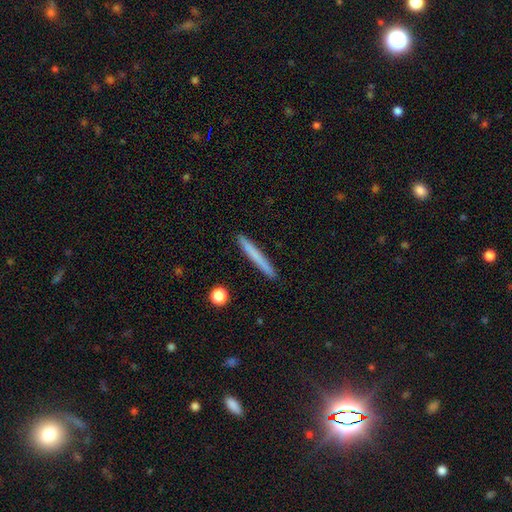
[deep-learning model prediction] Smooth or featured?
  - smooth: 70% *
  - featured or disk: 24%
  - star or artifact: 6%
How rounded?
  - cigar-shaped: 97% *
  - in between: 2%
  - round: 1%
Merging?
  - none: 92% *
  - minor disturbance: 5%
  - merger: 1%
  - major disturbance: 1%